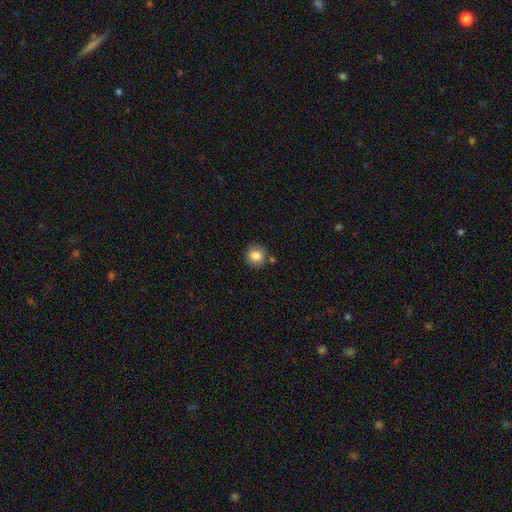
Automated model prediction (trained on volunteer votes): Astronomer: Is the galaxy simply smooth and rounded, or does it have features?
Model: smooth — 84%.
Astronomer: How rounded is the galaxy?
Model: round — 86%.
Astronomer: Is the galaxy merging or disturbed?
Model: none — 82%.